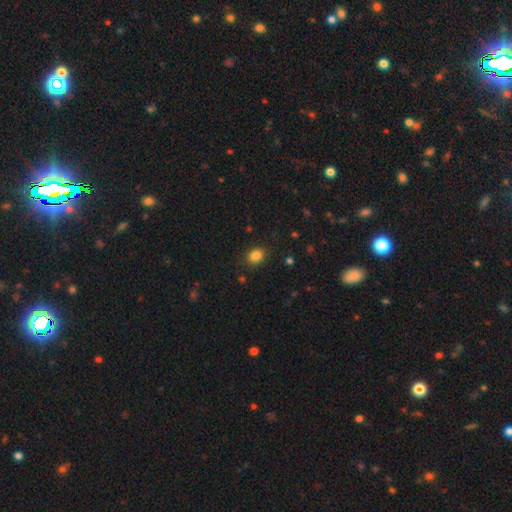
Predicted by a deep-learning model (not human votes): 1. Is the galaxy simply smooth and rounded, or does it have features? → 85% smooth, 11% star or artifact, 4% featured or disk.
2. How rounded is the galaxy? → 51% round, 48% in between, 1% cigar-shaped.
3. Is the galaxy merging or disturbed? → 86% none, 9% minor disturbance, 3% major disturbance, 1% merger.